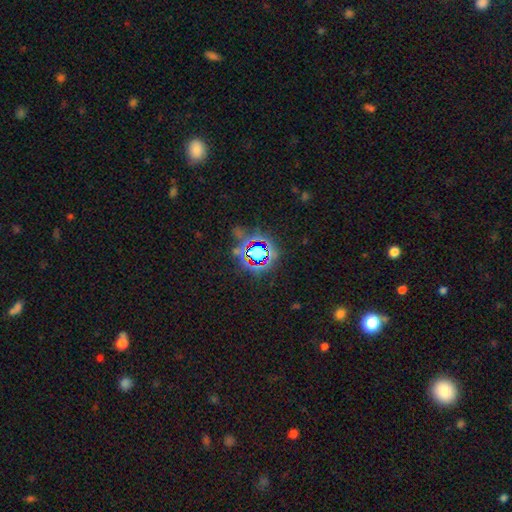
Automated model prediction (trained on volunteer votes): A star or artifact, not a galaxy (78%).

Vote fractions:
- Smooth or featured? star or artifact: 78% / smooth: 13% / featured or disk: 9%